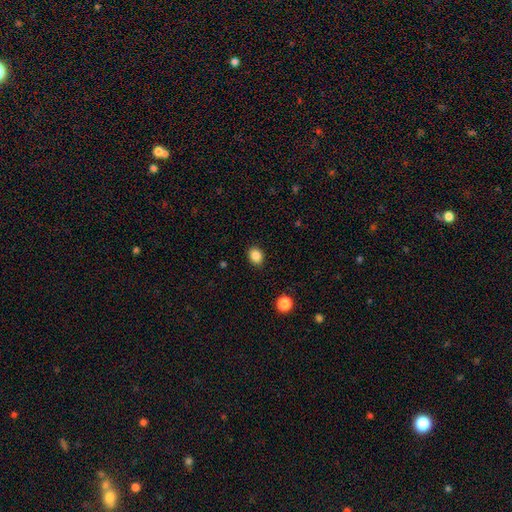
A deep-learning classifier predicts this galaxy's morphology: Smooth or featured? Predicted: smooth (p=0.86). How rounded? Predicted: round (p=0.51). Merging? Predicted: none (p=0.89).